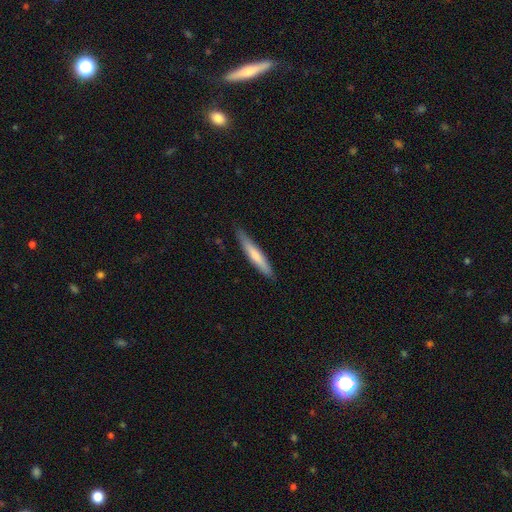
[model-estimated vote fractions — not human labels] A smooth galaxy with no disk features (66%) that is cigar-shaped (93%). Merging: none (87%).